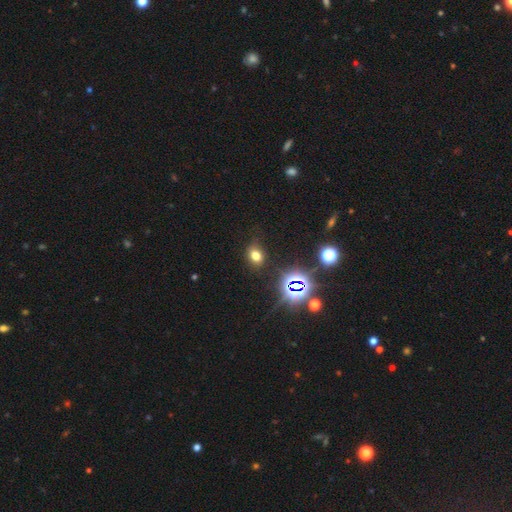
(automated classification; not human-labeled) Smooth or featured?
  - smooth: 67% *
  - star or artifact: 25%
  - featured or disk: 8%
How rounded?
  - in between: 59% *
  - round: 39%
  - cigar-shaped: 1%
Merging?
  - none: 80% *
  - minor disturbance: 13%
  - major disturbance: 4%
  - merger: 2%